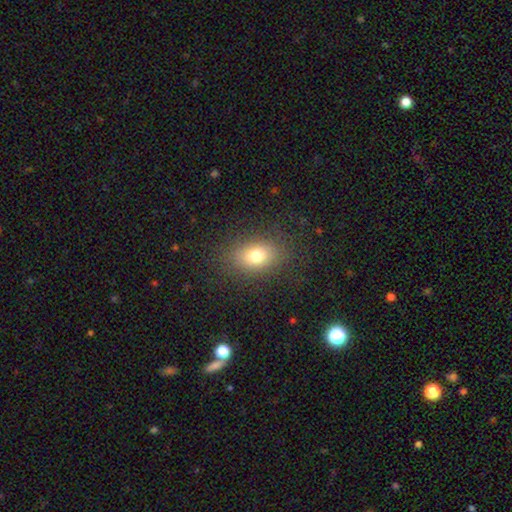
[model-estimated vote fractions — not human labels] smooth 76%, star or artifact 13%, featured or disk 11%. Down the decision tree: how rounded — in between (72%); merging — none (84%).